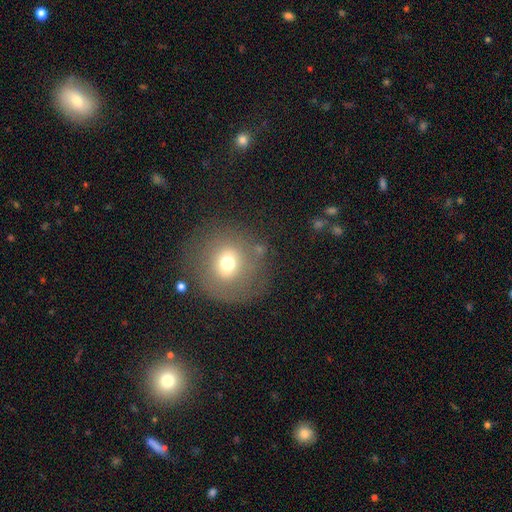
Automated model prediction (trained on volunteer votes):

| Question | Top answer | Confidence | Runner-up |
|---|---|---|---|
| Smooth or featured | smooth | 62% | featured or disk (21%) |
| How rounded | round | 90% | in between (9%) |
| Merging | none | 76% | minor disturbance (13%) |